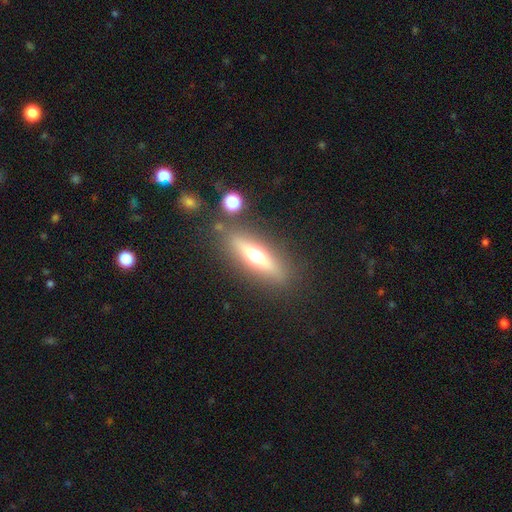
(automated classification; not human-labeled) Overall: featured or disk (50%; smooth 41%). Edge-on disk: yes (85%). Merging: none (83%).